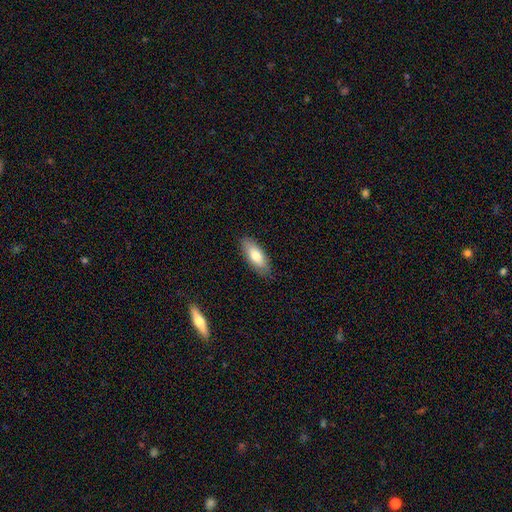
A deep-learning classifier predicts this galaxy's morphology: Q: Smooth or featured?
A: smooth (76%); runner-up: featured or disk (18%)
Q: How rounded?
A: in between (78%); runner-up: cigar-shaped (20%)
Q: Merging?
A: none (86%); runner-up: minor disturbance (11%)